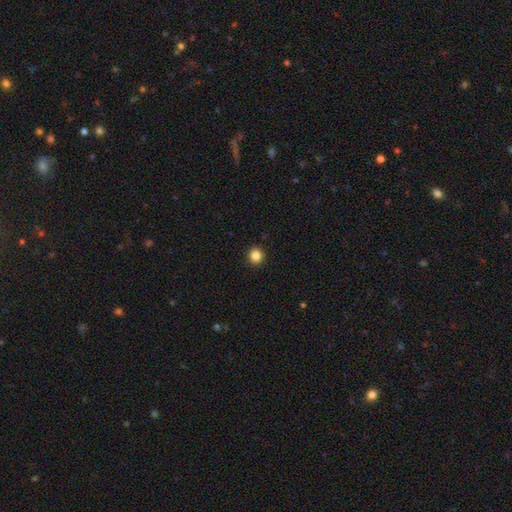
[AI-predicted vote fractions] Q: Smooth or featured?
A: smooth (85%); runner-up: star or artifact (11%)
Q: How rounded?
A: round (93%); runner-up: in between (6%)
Q: Merging?
A: none (93%); runner-up: minor disturbance (5%)